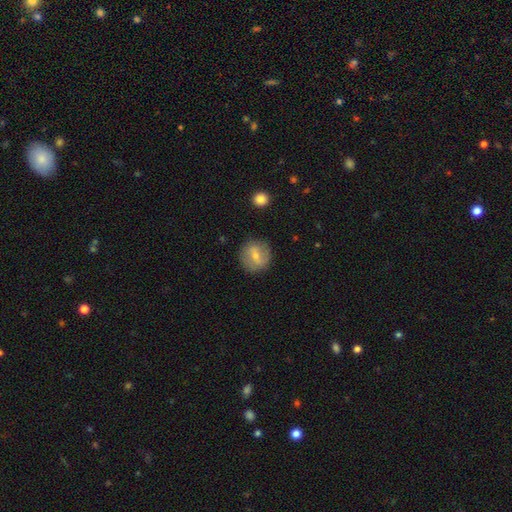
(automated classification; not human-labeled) Smooth or featured? Predicted: smooth (p=0.53). How rounded? Predicted: round (p=0.85). Merging? Predicted: none (p=0.82).